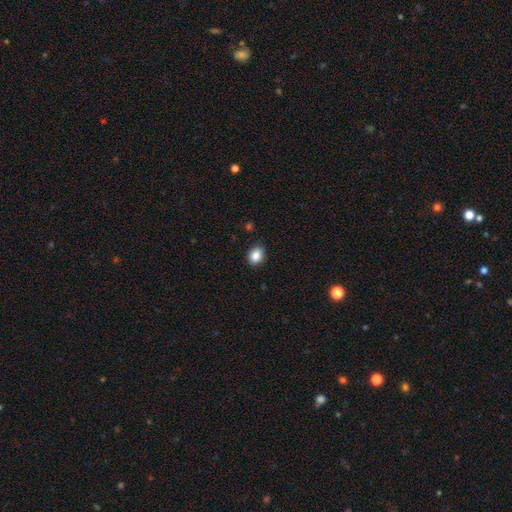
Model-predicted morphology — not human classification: Smooth or featured?
  - smooth: 87% *
  - star or artifact: 9%
  - featured or disk: 4%
How rounded?
  - in between: 53% *
  - round: 46%
  - cigar-shaped: 1%
Merging?
  - none: 87% *
  - minor disturbance: 10%
  - major disturbance: 2%
  - merger: 1%